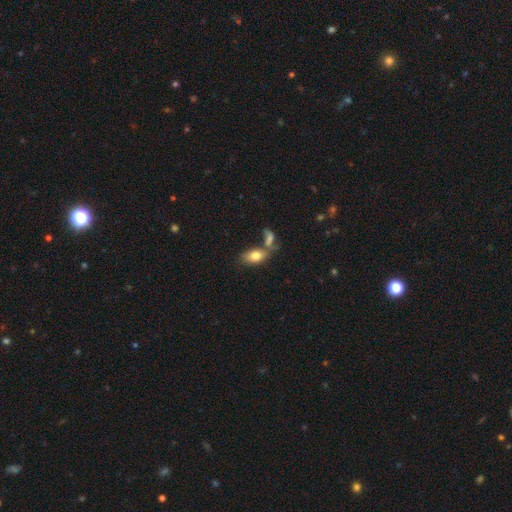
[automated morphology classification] This is likely a smooth galaxy (80%). How rounded: clearly in between (90%). Merging: marginally none (44%).